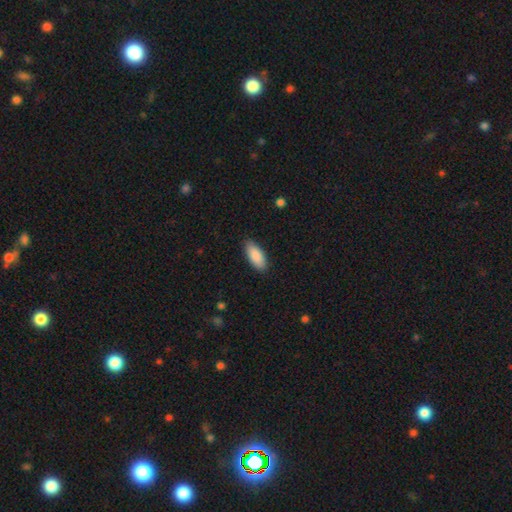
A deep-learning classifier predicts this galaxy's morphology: Smooth or featured? Predicted: smooth (p=0.89). How rounded? Predicted: in between (p=0.86). Merging? Predicted: none (p=0.87).